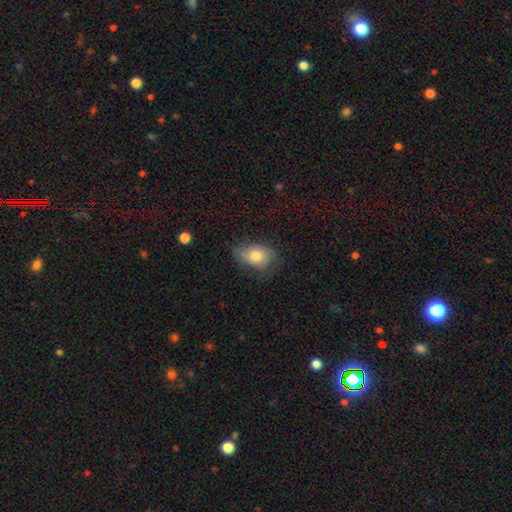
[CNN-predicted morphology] Smooth or featured? smooth (74%)
How rounded? in between (83%)
Merging? none (62%)